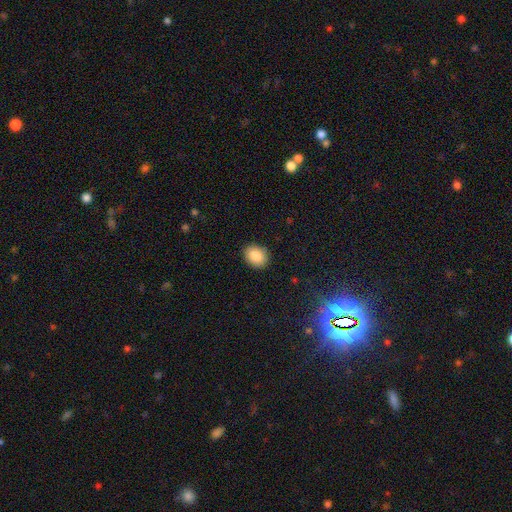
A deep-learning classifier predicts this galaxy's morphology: smooth-or-featured: smooth: 87% | star or artifact: 8% | featured or disk: 5%
  how-rounded: in between: 54% | round: 45% | cigar-shaped: 1%
  merging: none: 88% | minor disturbance: 9% | major disturbance: 2% | merger: 1%